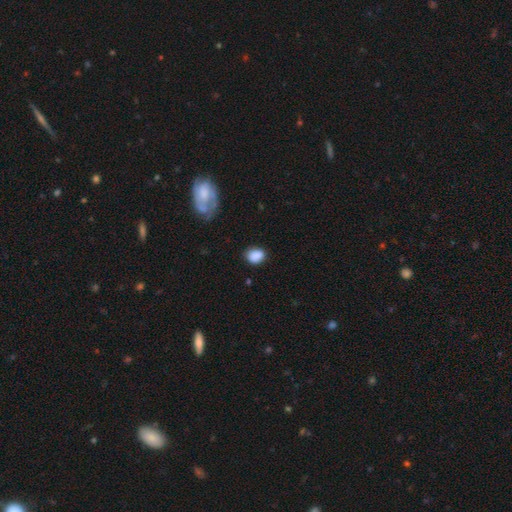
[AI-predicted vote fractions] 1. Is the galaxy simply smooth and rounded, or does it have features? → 86% smooth, 8% star or artifact, 5% featured or disk.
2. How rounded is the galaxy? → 60% in between, 39% round, 1% cigar-shaped.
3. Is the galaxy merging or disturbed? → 73% none, 20% minor disturbance, 5% major disturbance, 2% merger.